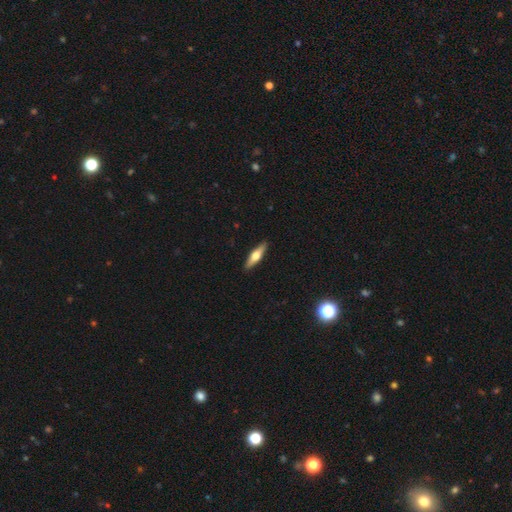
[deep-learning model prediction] Smooth or featured? featured or disk (49%)
Merging? none (91%)